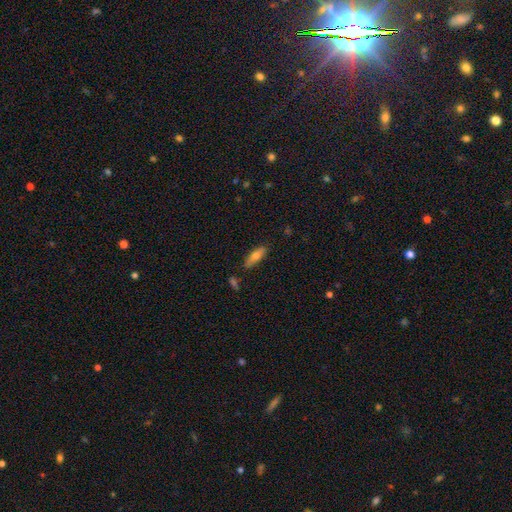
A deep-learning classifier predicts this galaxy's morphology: Overall: smooth (66%; featured or disk 28%). How rounded: cigar-shaped (55%; in between 42%). Merging: none (82%).